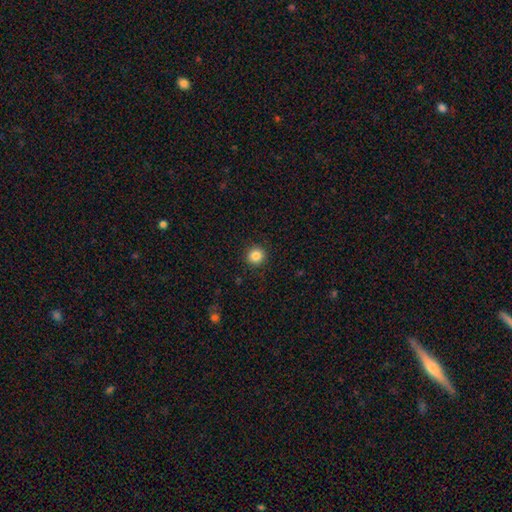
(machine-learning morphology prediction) A smooth galaxy with no disk features (85%) that is round (94%).

Vote fractions:
- Smooth or featured? smooth: 85% / star or artifact: 10% / featured or disk: 4%
- How rounded? round: 94% / in between: 5% / cigar-shaped: 1%
- Merging? none: 92% / minor disturbance: 5% / major disturbance: 2% / merger: 1%